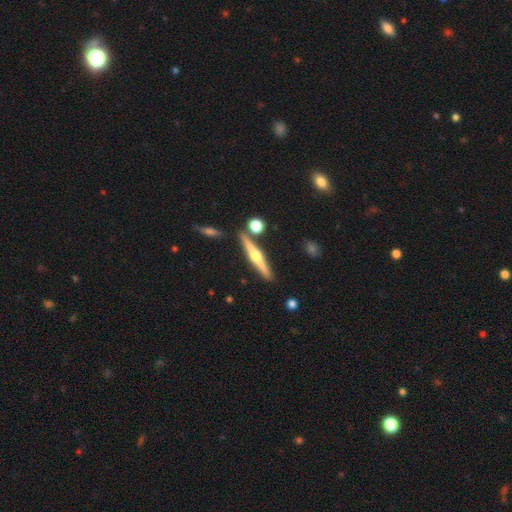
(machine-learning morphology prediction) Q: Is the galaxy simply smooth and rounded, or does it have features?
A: featured or disk — 72%.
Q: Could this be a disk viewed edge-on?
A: yes — 98%.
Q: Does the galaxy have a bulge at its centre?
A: rounded — 94%.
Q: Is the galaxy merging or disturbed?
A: none — 84%.